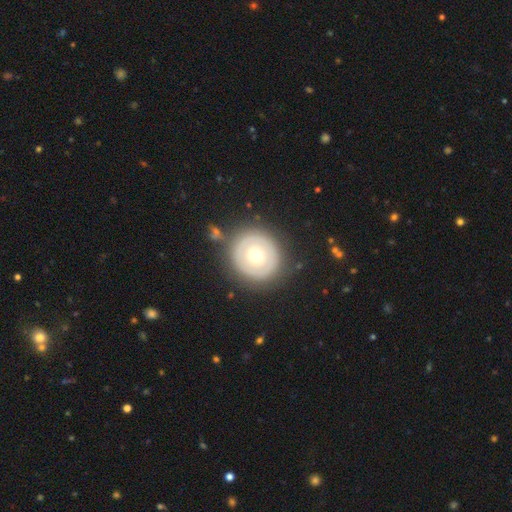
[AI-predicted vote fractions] Overall: featured or disk (48%; smooth 46%). Merging: none (82%).